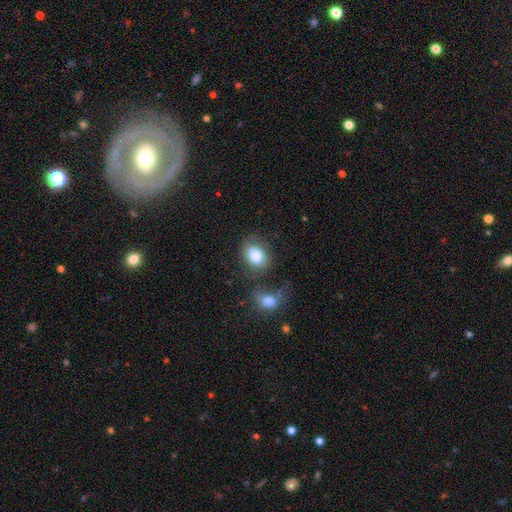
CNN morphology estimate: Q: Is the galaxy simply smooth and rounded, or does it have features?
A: smooth — 83%.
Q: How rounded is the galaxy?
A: in between — 70%.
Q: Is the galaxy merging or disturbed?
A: none — 59%.